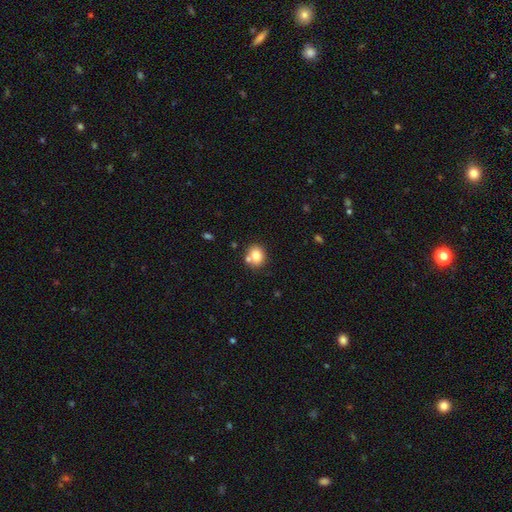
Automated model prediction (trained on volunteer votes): Smooth or featured: smooth — 79% (featured or disk — 11%)
How rounded: round — 66% (in between — 33%)
Merging: none — 67% (merger — 18%)